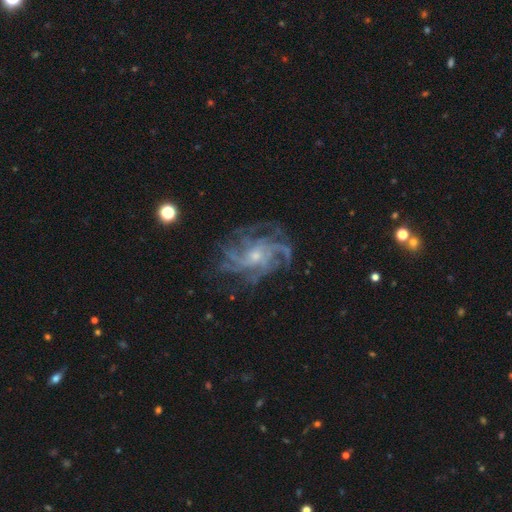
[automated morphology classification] smooth-or-featured: featured or disk: 86% | star or artifact: 9% | smooth: 5%
  disk-edge-on: no: 97% | yes: 3%
    bar: no: 70% | weak: 25% | strong: 5%
    has-spiral-arms: yes: 96% | no: 4%
      spiral-winding: tight: 45% | medium: 41% | loose: 14%
      spiral-arm-count: 4: 28% | more than 4: 25% | can't tell: 21% | 3: 11% | 2: 8% | 1: 7%
    bulge-size: small: 65% | moderate: 30% | none: 3% | large: 2% | dominant: 1%
  merging: none: 74% | minor disturbance: 15% | major disturbance: 9% | merger: 1%